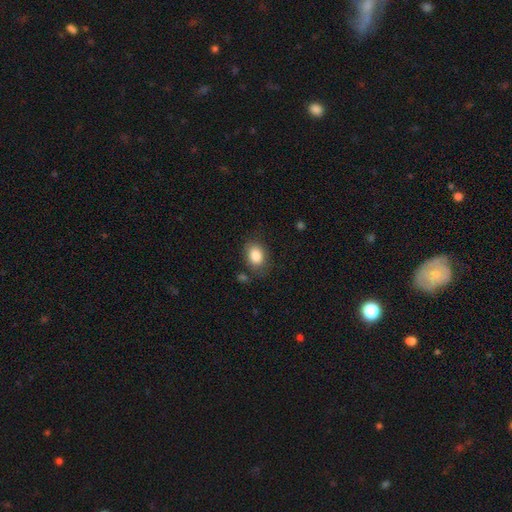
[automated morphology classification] The model was most divided on "how rounded": in between: 71%, round: 27%, cigar-shaped: 1%. More confident: smooth or featured — smooth (85%); merging — none (74%).